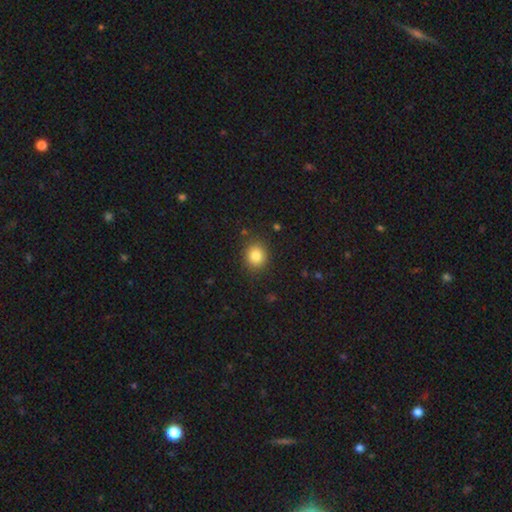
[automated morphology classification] Smooth or featured?
  - smooth: 84% *
  - star or artifact: 10%
  - featured or disk: 6%
How rounded?
  - round: 79% *
  - in between: 20%
  - cigar-shaped: 1%
Merging?
  - none: 87% *
  - minor disturbance: 9%
  - major disturbance: 3%
  - merger: 1%